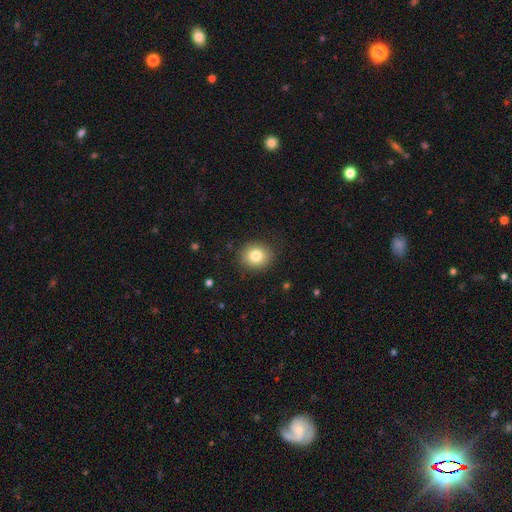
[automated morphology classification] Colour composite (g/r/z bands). It shows a smooth galaxy with no disk features (82%) that is round (74%). Merging: none (89%).